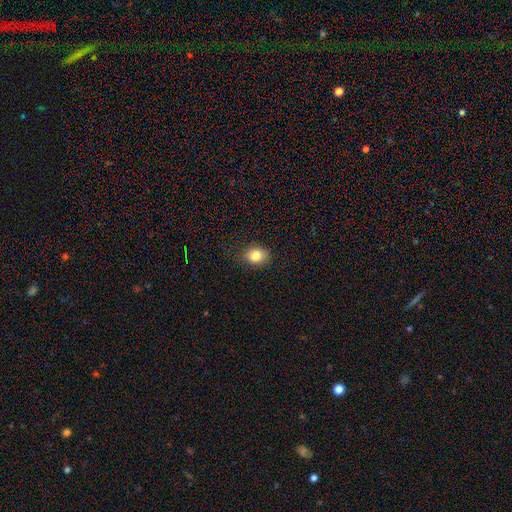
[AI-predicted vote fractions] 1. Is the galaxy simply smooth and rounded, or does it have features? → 82% smooth, 10% star or artifact, 8% featured or disk.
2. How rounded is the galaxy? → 55% in between, 44% round, 1% cigar-shaped.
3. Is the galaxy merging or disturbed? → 83% none, 13% minor disturbance, 3% major disturbance, 1% merger.